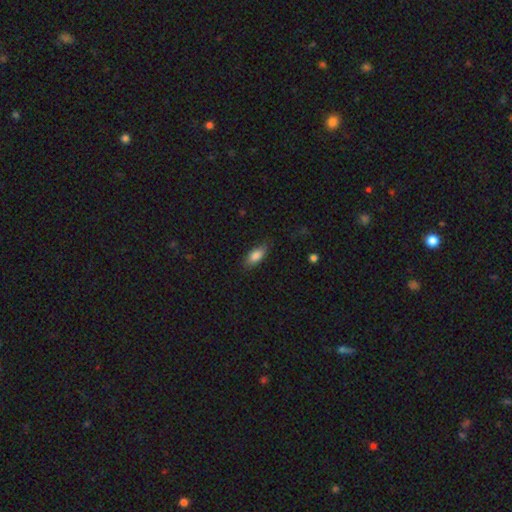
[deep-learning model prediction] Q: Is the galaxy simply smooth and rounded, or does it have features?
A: smooth — 84%.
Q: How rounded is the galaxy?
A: in between — 83%.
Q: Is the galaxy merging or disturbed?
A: none — 79%.